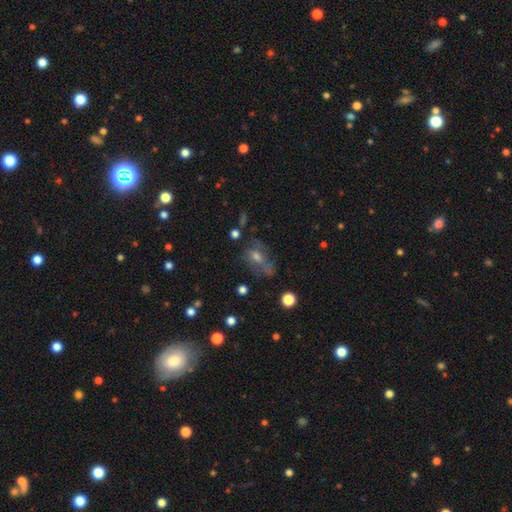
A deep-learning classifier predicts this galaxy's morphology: Q: Smooth or featured?
A: smooth (44%); runner-up: featured or disk (33%)
Q: Merging?
A: none (46%); runner-up: minor disturbance (23%)